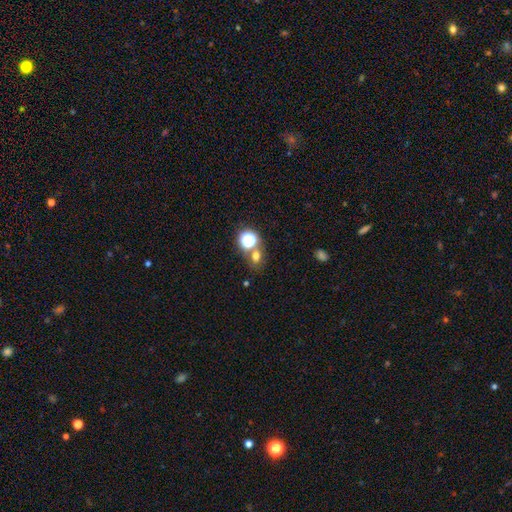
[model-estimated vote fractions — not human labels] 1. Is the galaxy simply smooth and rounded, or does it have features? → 63% smooth, 28% star or artifact, 9% featured or disk.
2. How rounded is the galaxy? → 63% round, 36% in between, 1% cigar-shaped.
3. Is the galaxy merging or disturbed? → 60% none, 25% merger, 10% minor disturbance, 5% major disturbance.